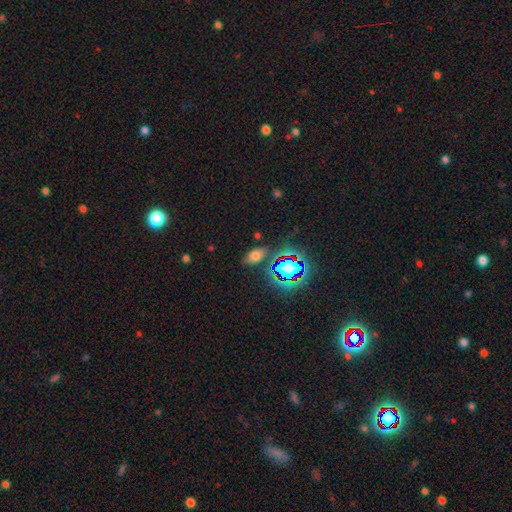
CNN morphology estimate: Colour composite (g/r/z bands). It shows a smooth galaxy with no disk features (62%) that is in between round and cigar-shaped (88%). Merging: none (77%).